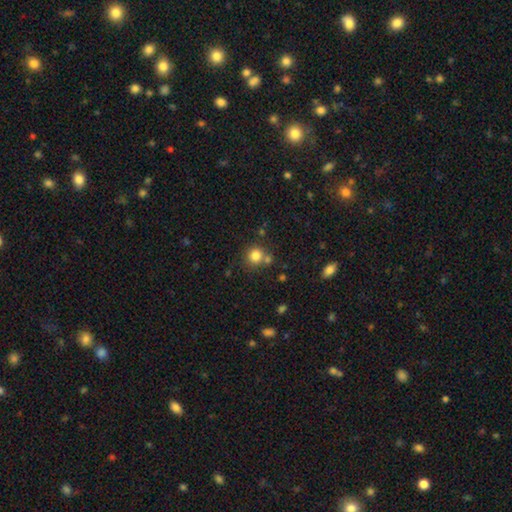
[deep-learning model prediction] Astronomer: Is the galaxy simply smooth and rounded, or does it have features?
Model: smooth — 81%.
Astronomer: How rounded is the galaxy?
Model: round — 88%.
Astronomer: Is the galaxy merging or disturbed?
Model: none — 67%.